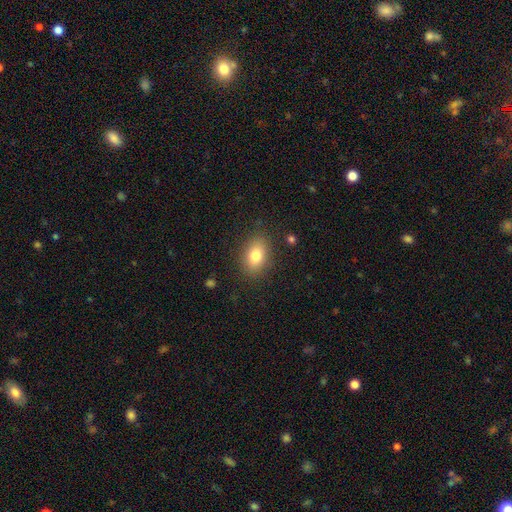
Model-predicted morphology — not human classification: This is likely a smooth galaxy (80%). How rounded: clearly in between (83%). Merging: clearly none (85%).